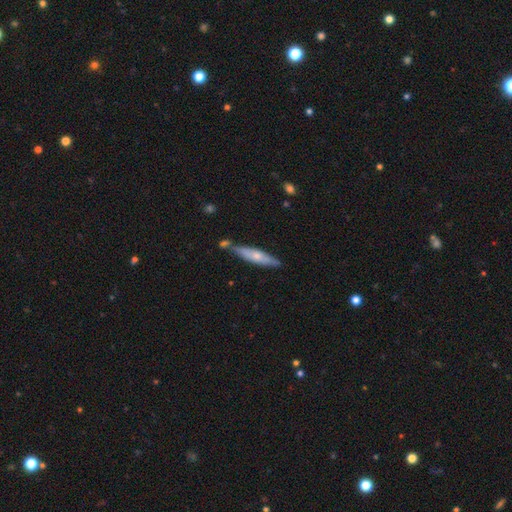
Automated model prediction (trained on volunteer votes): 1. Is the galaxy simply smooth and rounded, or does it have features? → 51% smooth, 43% featured or disk, 6% star or artifact.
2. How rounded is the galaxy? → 83% cigar-shaped, 15% in between, 2% round.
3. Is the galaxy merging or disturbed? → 69% none, 17% minor disturbance, 11% merger, 3% major disturbance.